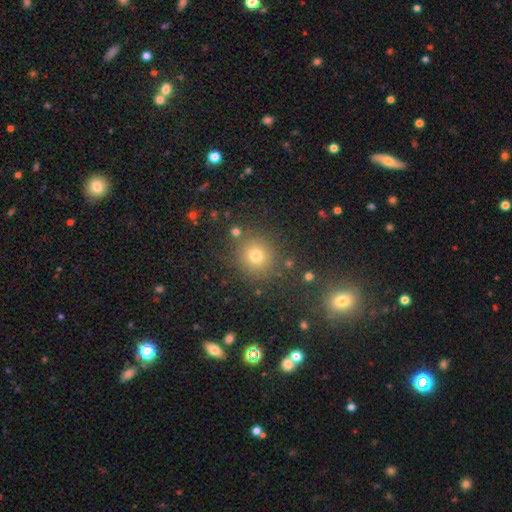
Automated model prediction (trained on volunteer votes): Q: Smooth or featured?
A: smooth (72%); runner-up: star or artifact (20%)
Q: How rounded?
A: round (92%); runner-up: in between (7%)
Q: Merging?
A: none (84%); runner-up: minor disturbance (8%)